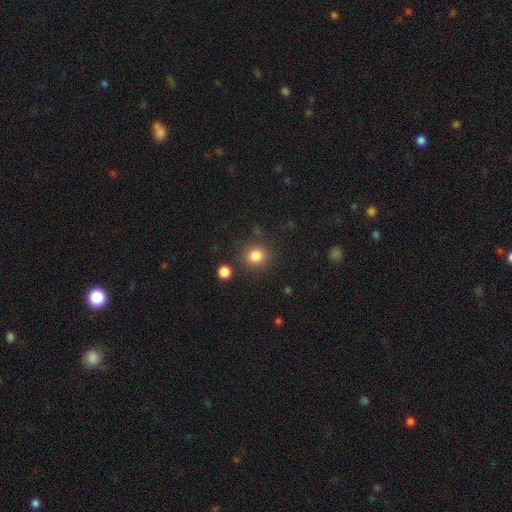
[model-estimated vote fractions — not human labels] Smooth or featured?
  - smooth: 83% *
  - star or artifact: 12%
  - featured or disk: 5%
How rounded?
  - round: 90% *
  - in between: 9%
  - cigar-shaped: 1%
Merging?
  - none: 85% *
  - minor disturbance: 7%
  - merger: 4%
  - major disturbance: 3%